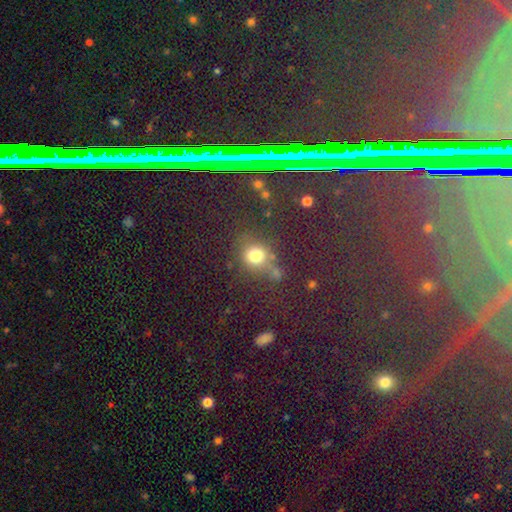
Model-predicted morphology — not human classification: A smooth galaxy with no disk features (67%) that is round (77%).

Vote fractions:
- Smooth or featured? smooth: 67% / star or artifact: 23% / featured or disk: 10%
- How rounded? round: 77% / in between: 20% / cigar-shaped: 2%
- Merging? none: 60% / minor disturbance: 16% / merger: 13% / major disturbance: 11%